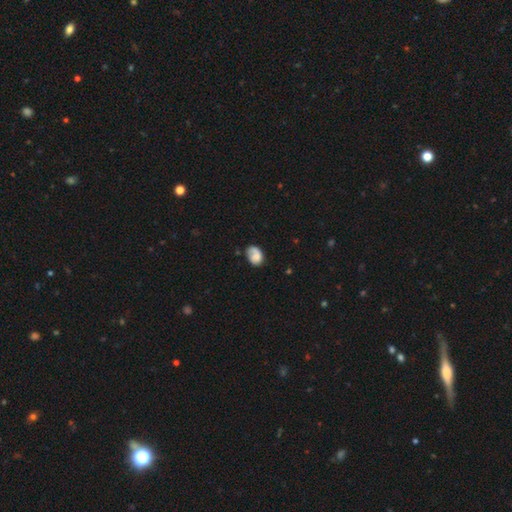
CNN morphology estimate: This appears to be a smooth galaxy with no disk features (62%) that is in between round and cigar-shaped (70%). Merging: none (49%).